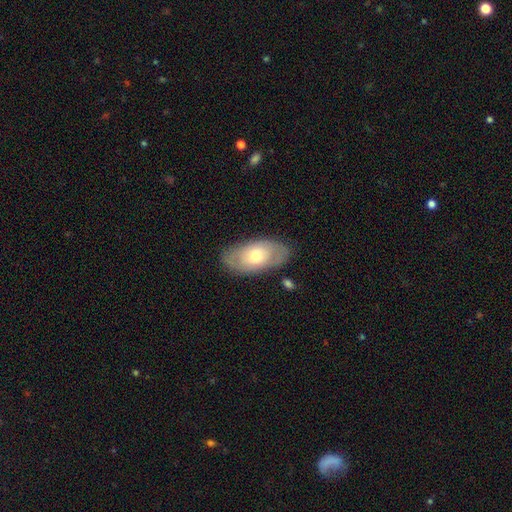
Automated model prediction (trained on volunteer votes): The model was most divided on "smooth or featured": smooth: 54%, featured or disk: 40%, star or artifact: 6%. More confident: how rounded — in between (92%); merging — none (79%).